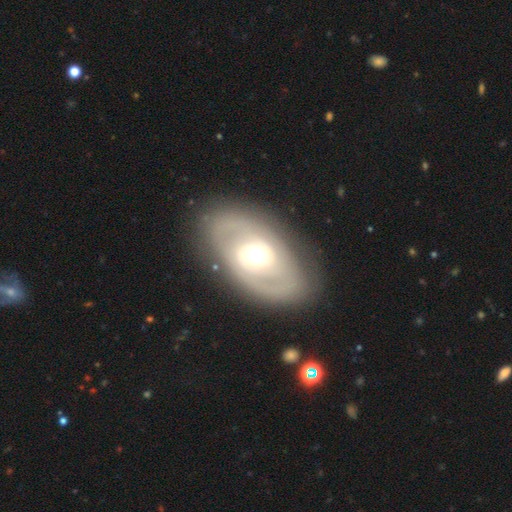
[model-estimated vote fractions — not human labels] Smooth or featured? featured or disk (75%)
Edge-on disk? no (93%)
Bar? no (68%)
Spiral arms? yes (70%)
Bulge size? moderate (66%)
Merging? none (82%)